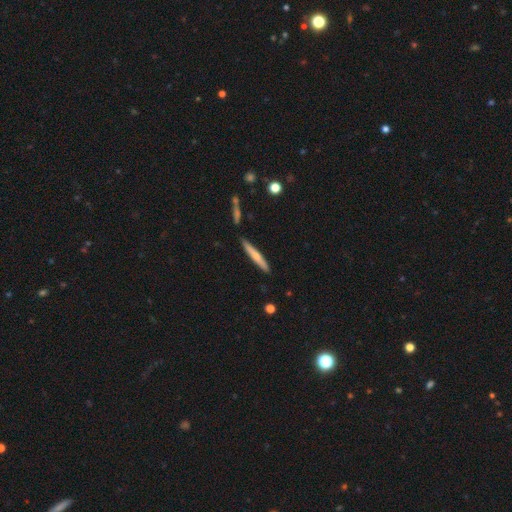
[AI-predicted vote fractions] smooth-or-featured: smooth: 58% | featured or disk: 37% | star or artifact: 6%
  how-rounded: cigar-shaped: 94% | in between: 5% | round: 1%
  merging: none: 87% | minor disturbance: 9% | merger: 3% | major disturbance: 2%